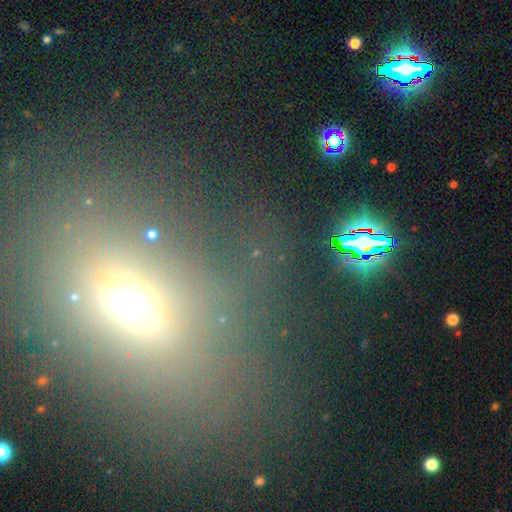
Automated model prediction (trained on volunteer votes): Smooth or featured? Predicted: star or artifact (p=0.45).